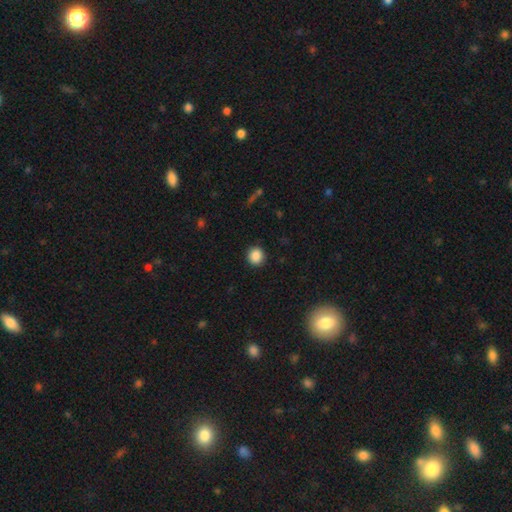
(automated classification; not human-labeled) A smooth galaxy with no disk features (87%) that is round (91%). Merging: none (91%).